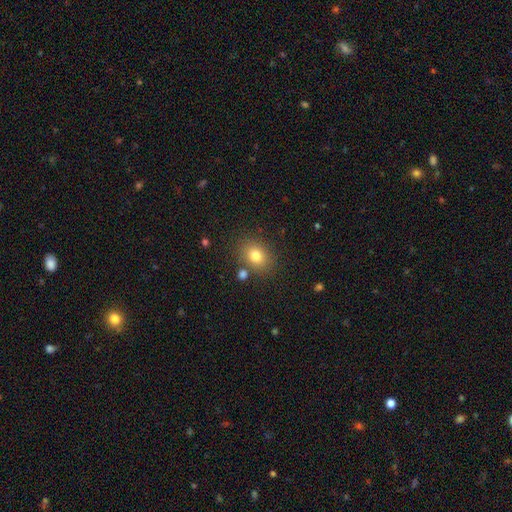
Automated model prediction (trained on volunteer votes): Smooth or featured? smooth (79%)
How rounded? round (52%)
Merging? none (79%)